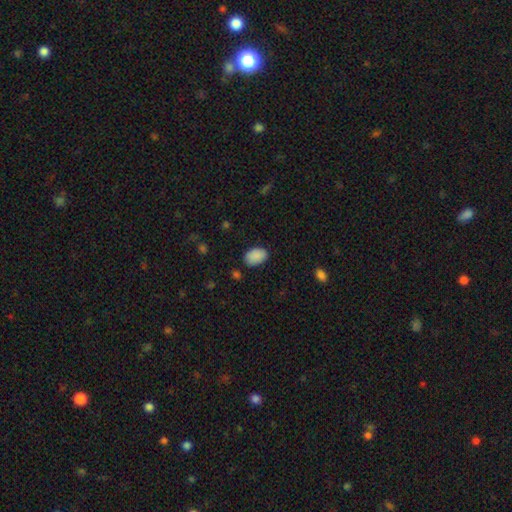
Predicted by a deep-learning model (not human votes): Q: Smooth or featured?
A: smooth (89%); runner-up: star or artifact (7%)
Q: How rounded?
A: in between (89%); runner-up: round (10%)
Q: Merging?
A: none (82%); runner-up: minor disturbance (13%)